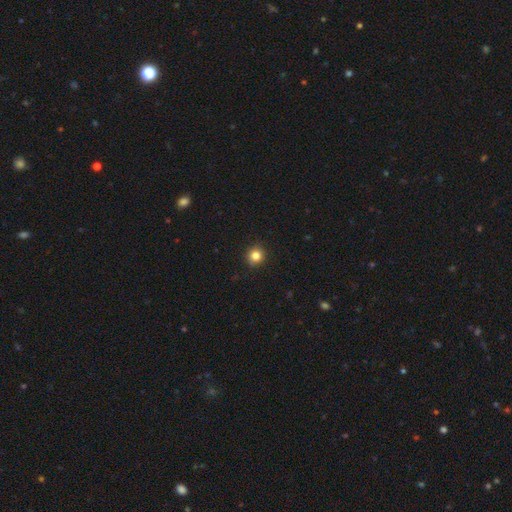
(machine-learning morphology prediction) Smooth or featured? Predicted: smooth (p=0.83). How rounded? Predicted: round (p=0.90). Merging? Predicted: none (p=0.91).